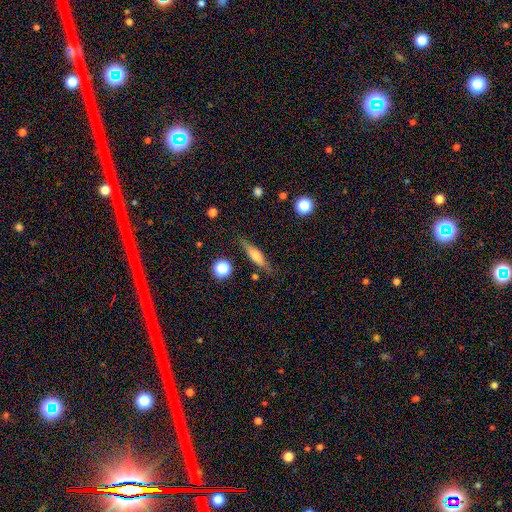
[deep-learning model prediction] A smooth galaxy with no disk features (47%).

Vote fractions:
- Smooth or featured? smooth: 47% / featured or disk: 44% / star or artifact: 9%
- Merging? none: 81% / minor disturbance: 13% / major disturbance: 3% / merger: 2%